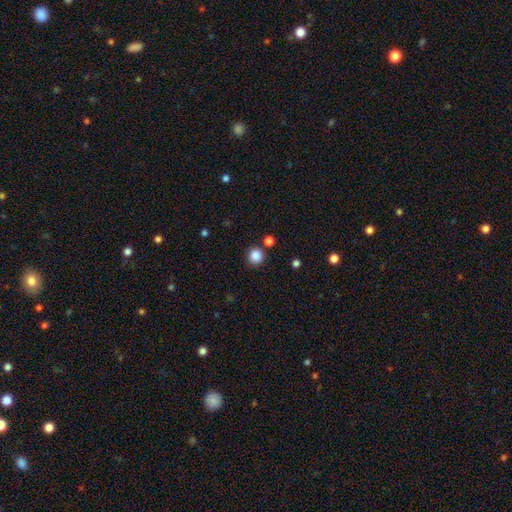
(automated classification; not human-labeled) Smooth or featured?
  - smooth: 86% *
  - star or artifact: 11%
  - featured or disk: 3%
How rounded?
  - round: 93% *
  - in between: 6%
  - cigar-shaped: 1%
Merging?
  - none: 86% *
  - minor disturbance: 7%
  - merger: 5%
  - major disturbance: 2%